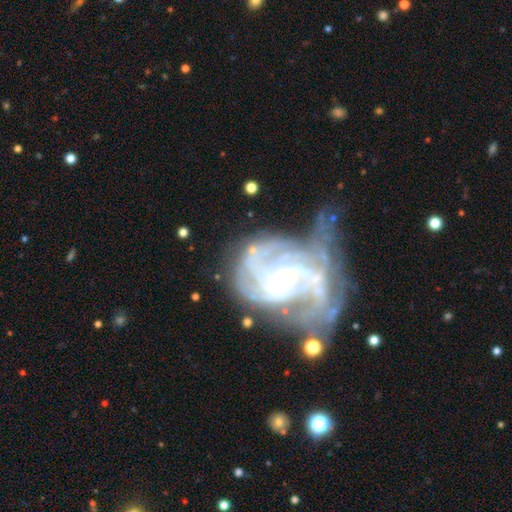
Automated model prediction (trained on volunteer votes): Smooth or featured: featured or disk — 81% (smooth — 10%)
Edge-on disk: no — 97% (yes — 3%)
Bar: no — 69% (weak — 22%)
Spiral arms: yes — 93% (no — 7%)
Spiral winding: tight — 56% (medium — 33%)
Spiral arm count: 3 — 24% (4 — 22%)
Bulge size: small — 74% (moderate — 19%)
Merging: none — 38% (major disturbance — 24%)